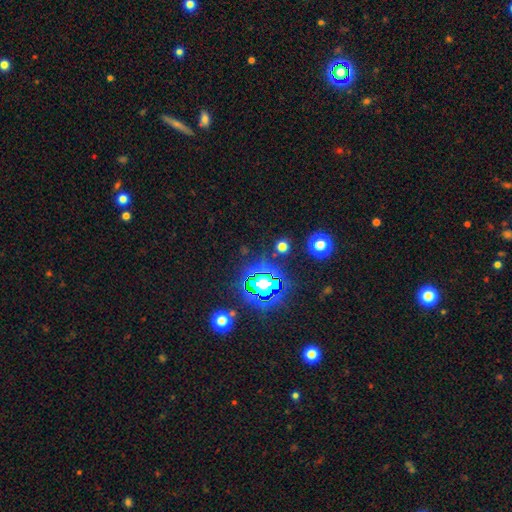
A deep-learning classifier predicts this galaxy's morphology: A star or artifact, not a galaxy (81%).

Vote fractions:
- Smooth or featured? star or artifact: 81% / smooth: 13% / featured or disk: 7%